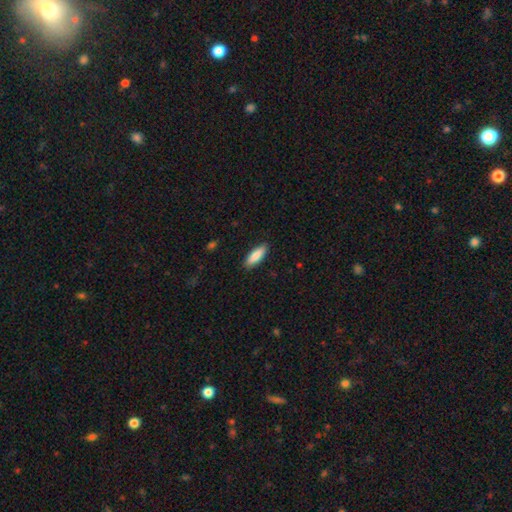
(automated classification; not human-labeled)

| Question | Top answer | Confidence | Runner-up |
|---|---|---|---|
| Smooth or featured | smooth | 87% | featured or disk (8%) |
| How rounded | in between | 63% | cigar-shaped (35%) |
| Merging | none | 88% | minor disturbance (9%) |